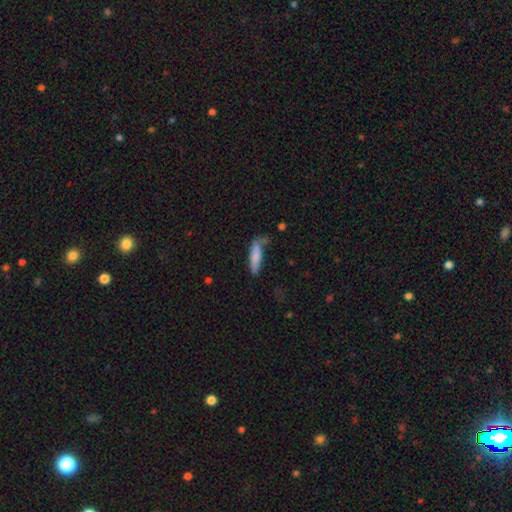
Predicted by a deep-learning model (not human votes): A smooth galaxy with no disk features (81%) that is cigar-shaped (71%).

Vote fractions:
- Smooth or featured? smooth: 81% / featured or disk: 13% / star or artifact: 6%
- How rounded? cigar-shaped: 71% / in between: 27% / round: 2%
- Merging? none: 59% / minor disturbance: 28% / major disturbance: 8% / merger: 6%